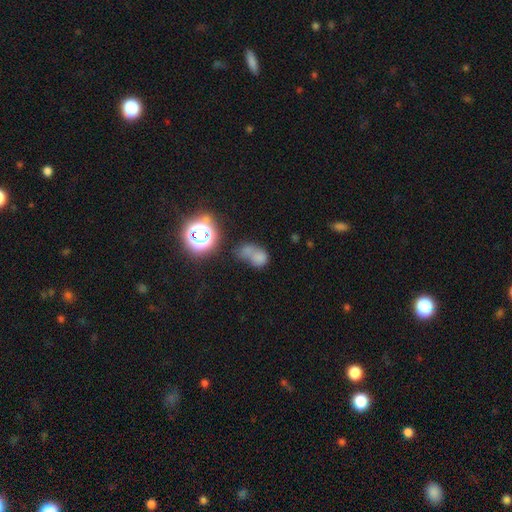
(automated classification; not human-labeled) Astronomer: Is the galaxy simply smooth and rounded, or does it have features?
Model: smooth — 62%.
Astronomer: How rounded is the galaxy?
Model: in between — 50% (runner-up: round, 48%).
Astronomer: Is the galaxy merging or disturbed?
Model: merger — 50% (runner-up: none, 27%).